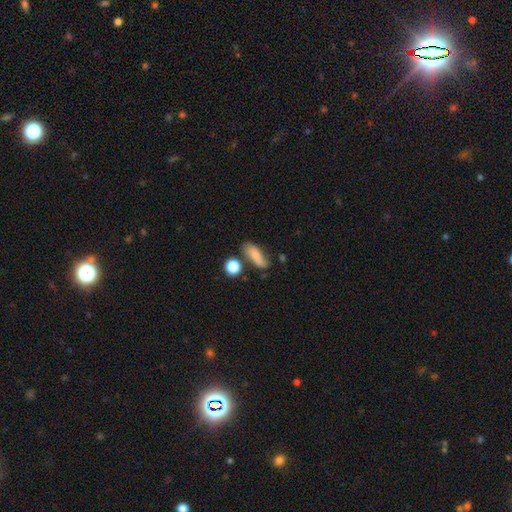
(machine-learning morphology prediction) Overall: smooth (72%). How rounded: in between (68%). Merging: none (59%; minor disturbance 23%).